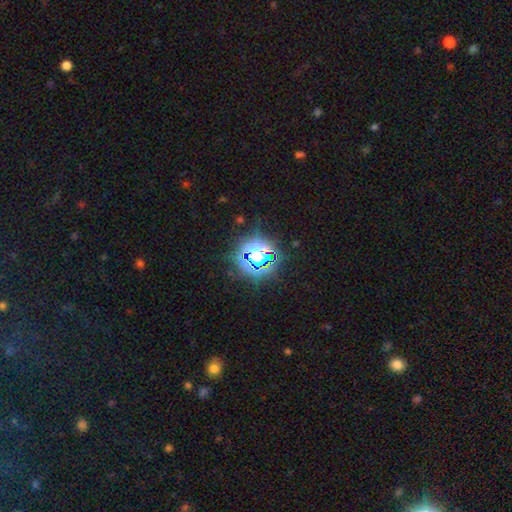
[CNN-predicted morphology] smooth_or_featured: star or artifact (p=0.69) [alt: smooth p=0.21]